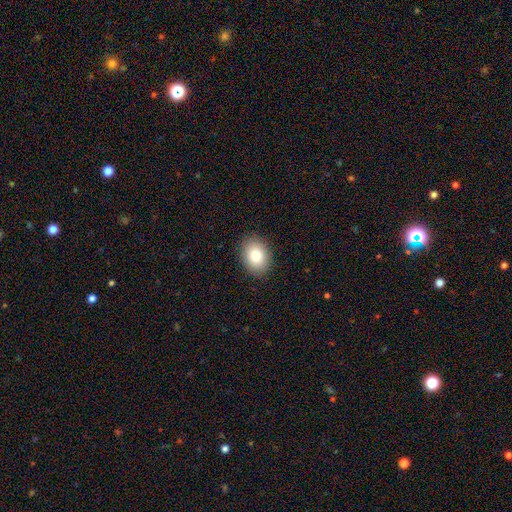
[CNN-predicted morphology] The model was most divided on "how rounded": in between: 68%, round: 31%, cigar-shaped: 1%. More confident: merging — none (89%); smooth or featured — smooth (82%).